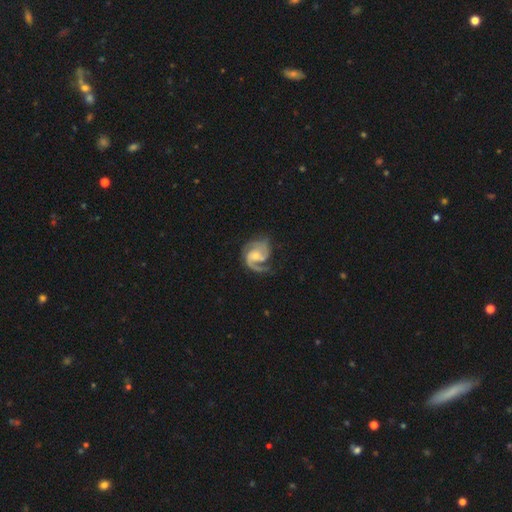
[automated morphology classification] Smooth or featured? featured or disk (90%)
Edge-on disk? no (98%)
Bar? no (56%)
Spiral arms? yes (98%)
Spiral winding? medium (53%)
Spiral arm count? 2 (74%)
Bulge size? small (48%)
Merging? none (63%)